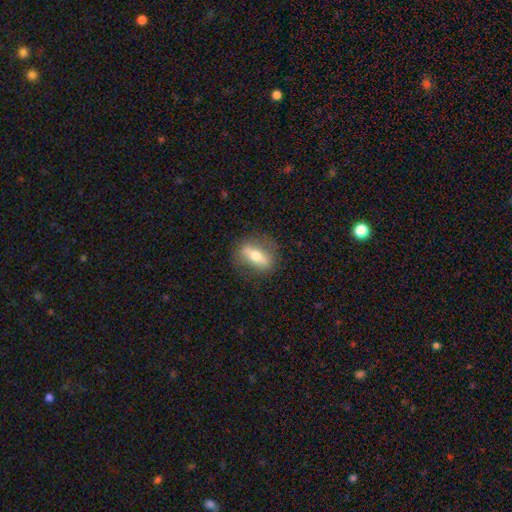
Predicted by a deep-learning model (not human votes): Smooth or featured?
  - featured or disk: 52% *
  - smooth: 41%
  - star or artifact: 7%
Edge-on disk?
  - no: 51% *
  - yes: 49%
Merging?
  - none: 80% *
  - minor disturbance: 13%
  - major disturbance: 6%
  - merger: 1%